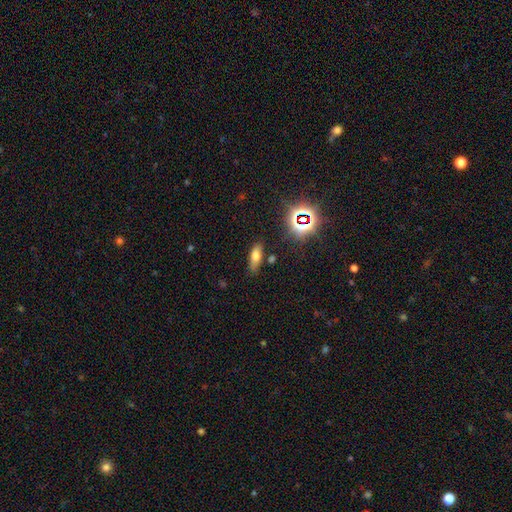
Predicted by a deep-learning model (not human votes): Q: Smooth or featured?
A: smooth (64%); runner-up: star or artifact (18%)
Q: How rounded?
A: in between (73%); runner-up: cigar-shaped (23%)
Q: Merging?
A: none (77%); runner-up: minor disturbance (15%)